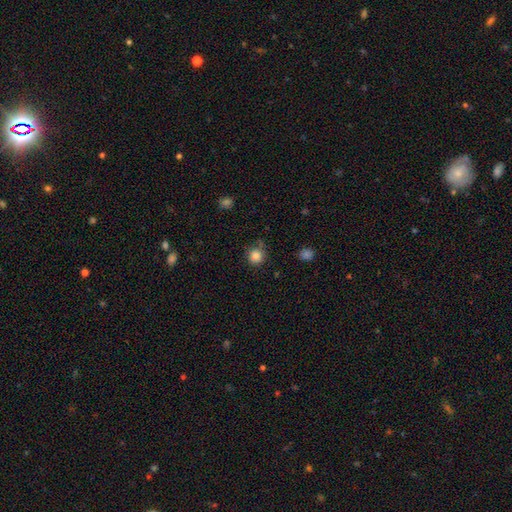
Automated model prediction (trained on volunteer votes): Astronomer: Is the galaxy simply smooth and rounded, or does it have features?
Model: smooth — 84%.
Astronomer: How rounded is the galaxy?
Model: round — 91%.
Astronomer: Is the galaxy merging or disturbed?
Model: none — 74%.